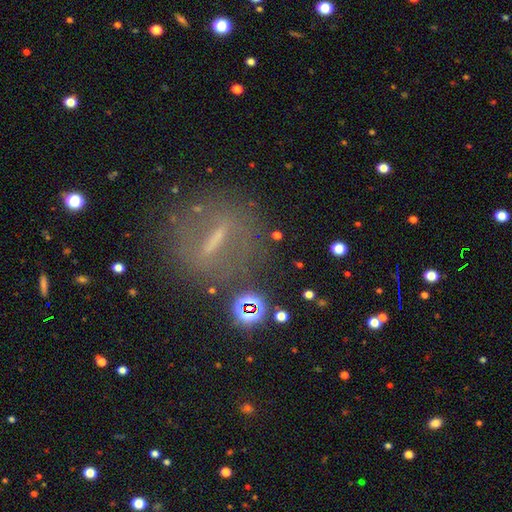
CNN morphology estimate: This appears to be a featured or disk galaxy (48%). Merging: none (76%).